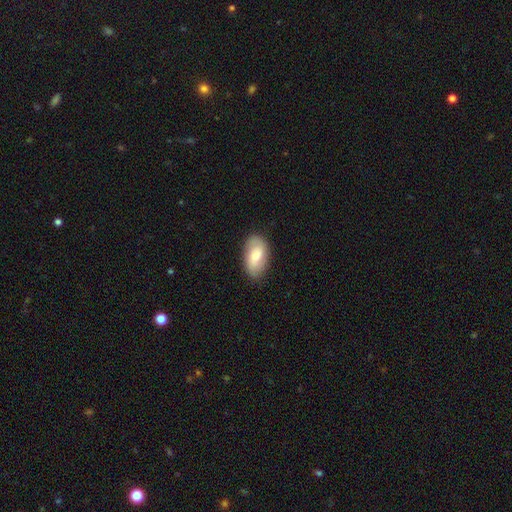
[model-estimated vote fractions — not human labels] Morphology: type=smooth (67%); roundness=in between (93%); merging=none (81%).